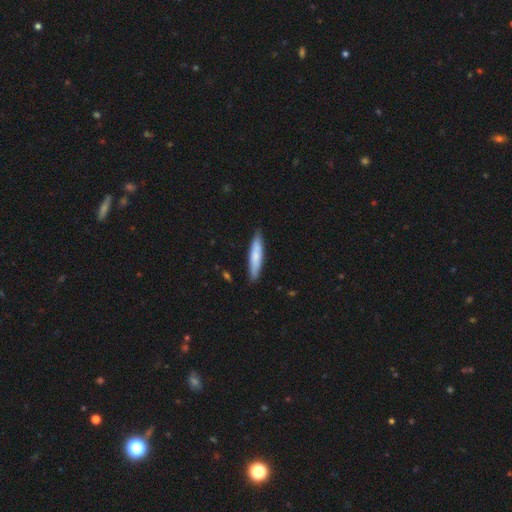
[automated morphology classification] type=smooth (71%); roundness=cigar-shaped (87%); merging=none (88%).